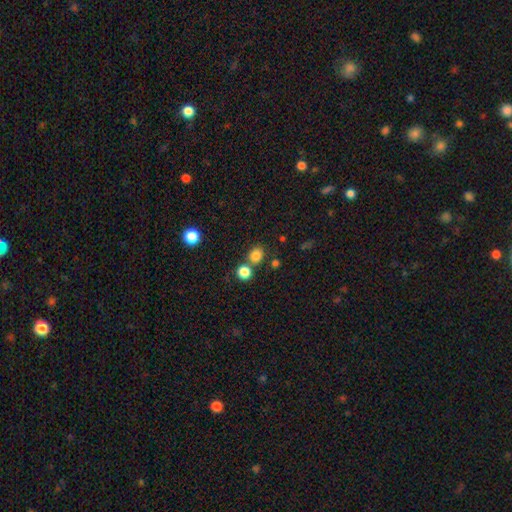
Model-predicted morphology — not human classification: Smooth or featured?
  - smooth: 81% *
  - star or artifact: 13%
  - featured or disk: 5%
How rounded?
  - round: 76% *
  - in between: 23%
  - cigar-shaped: 1%
Merging?
  - none: 69% *
  - merger: 20%
  - minor disturbance: 8%
  - major disturbance: 3%